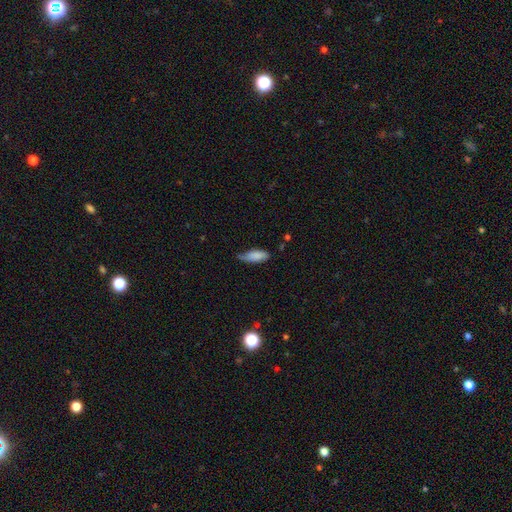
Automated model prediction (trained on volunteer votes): This is clearly a smooth galaxy (82%). How rounded: likely in between (71%). Merging: possibly none (51%).